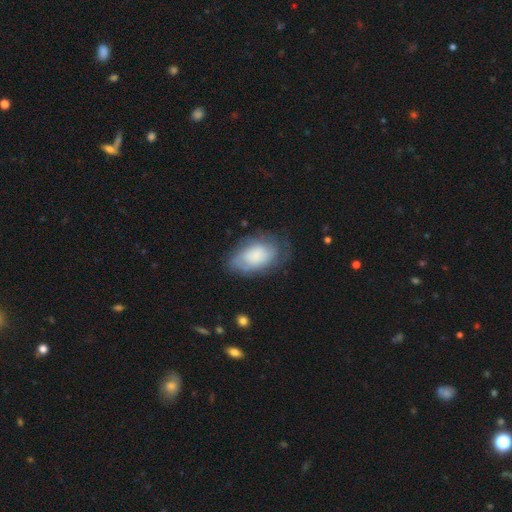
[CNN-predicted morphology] Smooth or featured: smooth — 55% (featured or disk — 37%)
How rounded: in between — 91% (round — 7%)
Merging: none — 61% (minor disturbance — 25%)